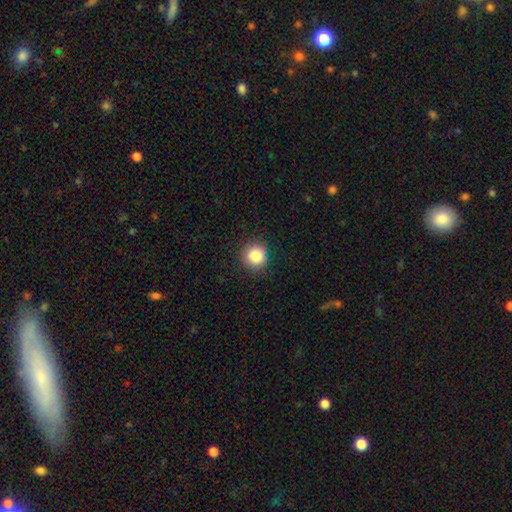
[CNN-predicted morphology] smooth_or_featured: smooth (p=0.85) [alt: star or artifact p=0.10]
how_rounded: round (p=0.92) [alt: in between p=0.07]
merging: none (p=0.88) [alt: minor disturbance p=0.09]